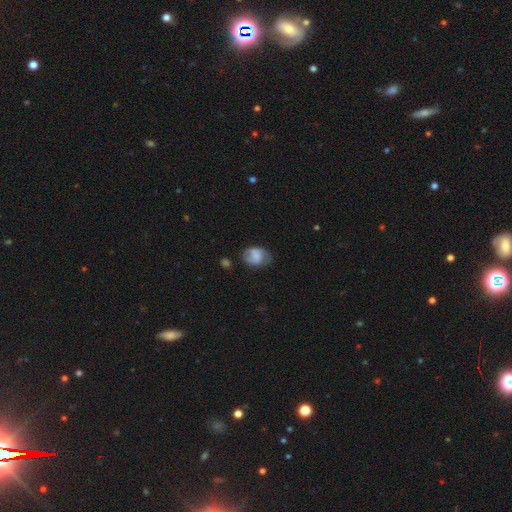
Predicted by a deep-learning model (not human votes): Smooth or featured?
  - smooth: 60% *
  - featured or disk: 31%
  - star or artifact: 9%
How rounded?
  - in between: 68% *
  - round: 31%
  - cigar-shaped: 1%
Merging?
  - none: 52% *
  - minor disturbance: 31%
  - major disturbance: 14%
  - merger: 3%